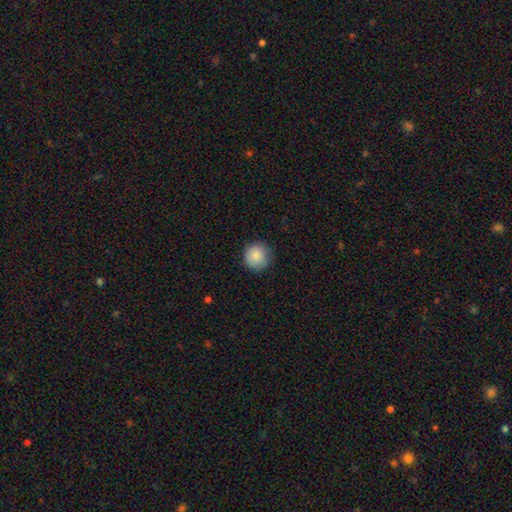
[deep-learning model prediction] Smooth or featured? Predicted: smooth (p=0.86). How rounded? Predicted: round (p=0.94). Merging? Predicted: none (p=0.85).